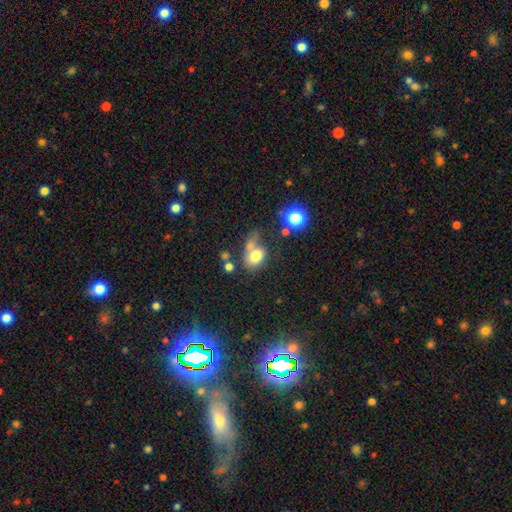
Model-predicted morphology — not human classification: Q: Smooth or featured?
A: smooth (74%); runner-up: featured or disk (15%)
Q: How rounded?
A: in between (69%); runner-up: round (30%)
Q: Merging?
A: merger (37%); runner-up: none (31%)